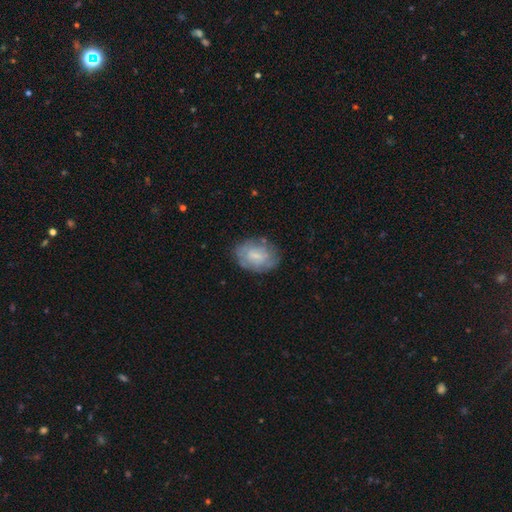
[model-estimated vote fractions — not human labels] This appears to be a smooth galaxy with no disk features (52%) that is in between round and cigar-shaped (77%). Merging: none (71%).